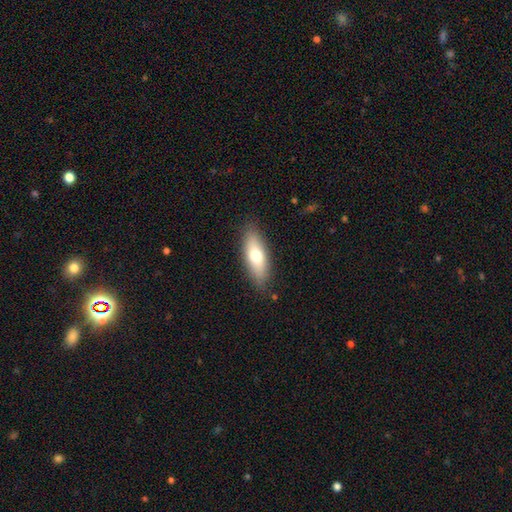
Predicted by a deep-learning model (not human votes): Overall: smooth (70%). How rounded: in between (65%; cigar-shaped 33%). Merging: none (85%).